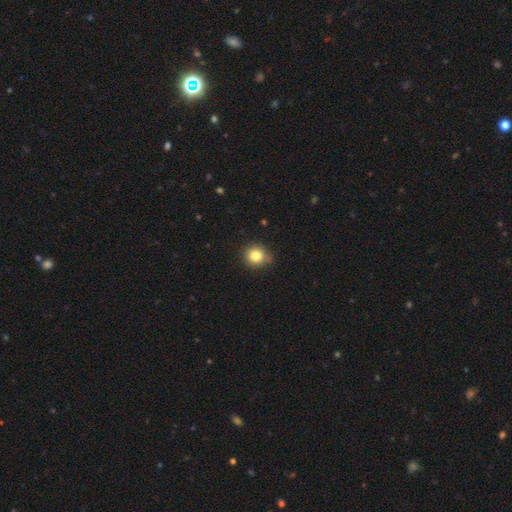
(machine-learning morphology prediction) Q: Smooth or featured?
A: smooth (83%); runner-up: star or artifact (11%)
Q: How rounded?
A: round (89%); runner-up: in between (11%)
Q: Merging?
A: none (80%); runner-up: minor disturbance (14%)